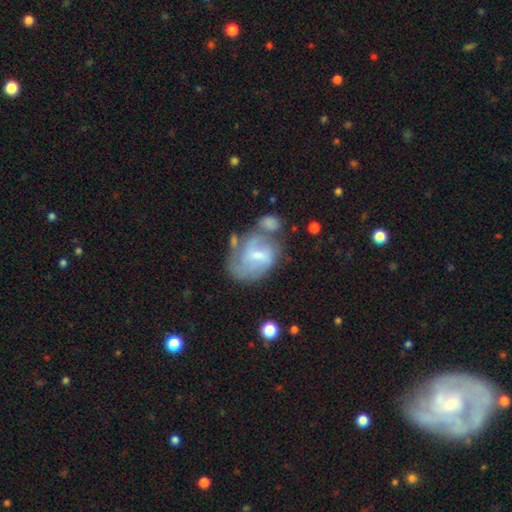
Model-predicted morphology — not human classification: Q: Smooth or featured?
A: featured or disk (67%); runner-up: smooth (25%)
Q: Edge-on disk?
A: no (97%); runner-up: yes (3%)
Q: Bar?
A: weak (54%); runner-up: no (30%)
Q: Spiral arms?
A: yes (76%); runner-up: no (24%)
Q: Bulge size?
A: small (55%); runner-up: moderate (33%)
Q: Merging?
A: none (36%); runner-up: minor disturbance (22%)